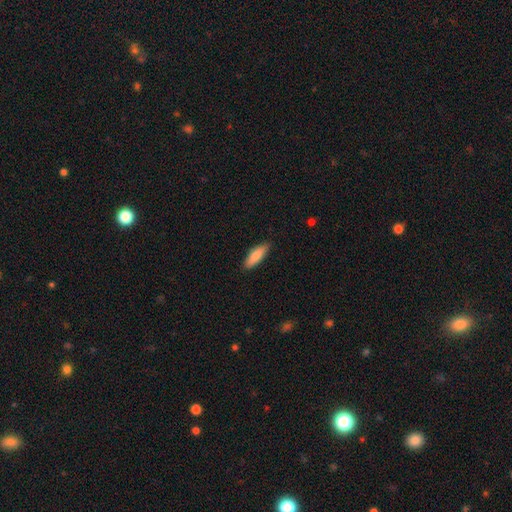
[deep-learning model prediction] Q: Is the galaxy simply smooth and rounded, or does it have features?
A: smooth — 82%.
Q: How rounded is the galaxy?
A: in between — 53%.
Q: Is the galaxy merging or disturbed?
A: none — 86%.